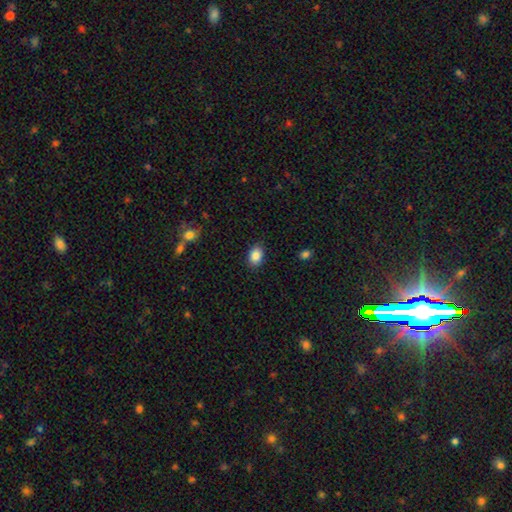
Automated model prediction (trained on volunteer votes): Smooth or featured: smooth — 87% (star or artifact — 8%)
How rounded: in between — 81% (round — 18%)
Merging: none — 86% (minor disturbance — 11%)